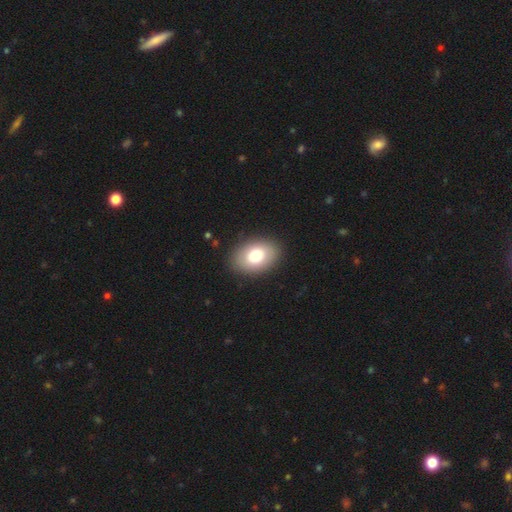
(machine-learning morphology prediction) Q: Smooth or featured?
A: smooth (79%); runner-up: featured or disk (14%)
Q: How rounded?
A: in between (81%); runner-up: round (18%)
Q: Merging?
A: none (89%); runner-up: minor disturbance (8%)